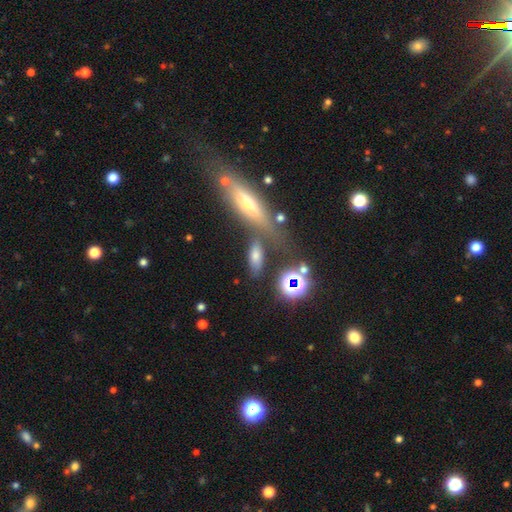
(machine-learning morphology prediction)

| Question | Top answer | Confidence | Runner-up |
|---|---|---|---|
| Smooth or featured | smooth | 65% | featured or disk (18%) |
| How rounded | in between | 67% | cigar-shaped (26%) |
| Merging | none | 64% | merger (16%) |